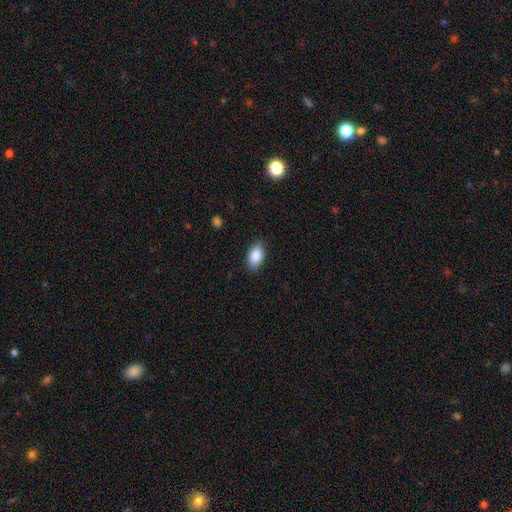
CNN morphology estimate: smooth_or_featured: smooth (p=0.89) [alt: star or artifact p=0.07]
how_rounded: in between (p=0.93) [alt: round p=0.05]
merging: none (p=0.88) [alt: minor disturbance p=0.09]